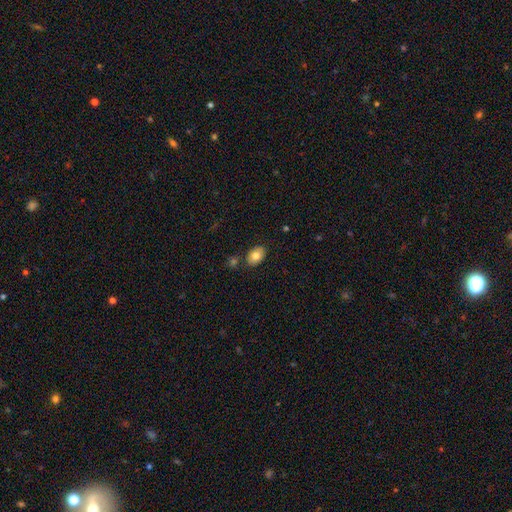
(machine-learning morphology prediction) type=smooth (80%); roundness=in between (87%); merging=none (80%).